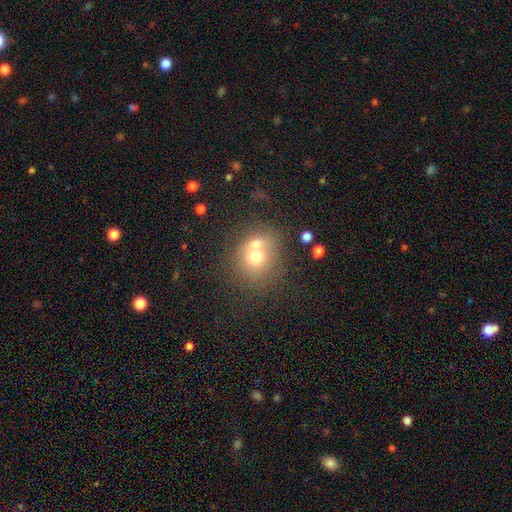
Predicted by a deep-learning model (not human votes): Smooth or featured?
  - smooth: 65% *
  - featured or disk: 22%
  - star or artifact: 13%
How rounded?
  - round: 78% *
  - in between: 21%
  - cigar-shaped: 1%
Merging?
  - merger: 52% *
  - none: 36%
  - minor disturbance: 8%
  - major disturbance: 4%